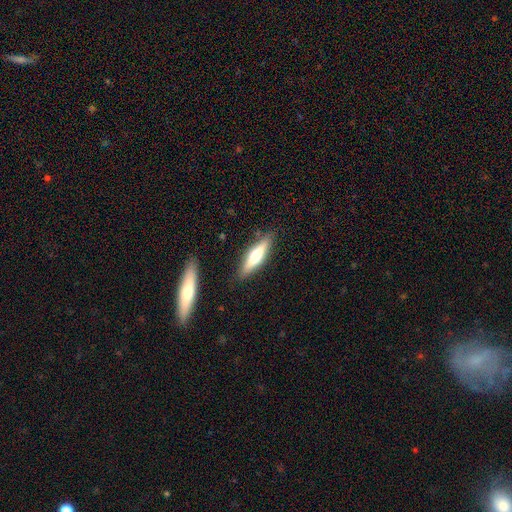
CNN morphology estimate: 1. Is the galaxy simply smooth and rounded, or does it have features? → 47% smooth (tied), 47% featured or disk (tied), 6% star or artifact.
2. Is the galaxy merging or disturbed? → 86% none, 10% minor disturbance, 2% merger, 2% major disturbance.